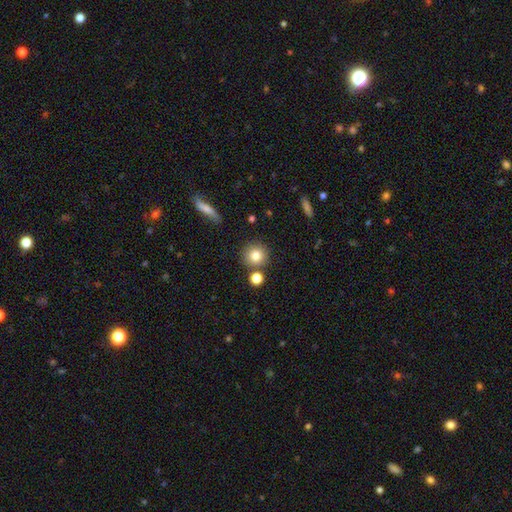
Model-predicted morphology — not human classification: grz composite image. It shows a smooth galaxy with no disk features (82%) that is round (91%). Merging: none (79%).